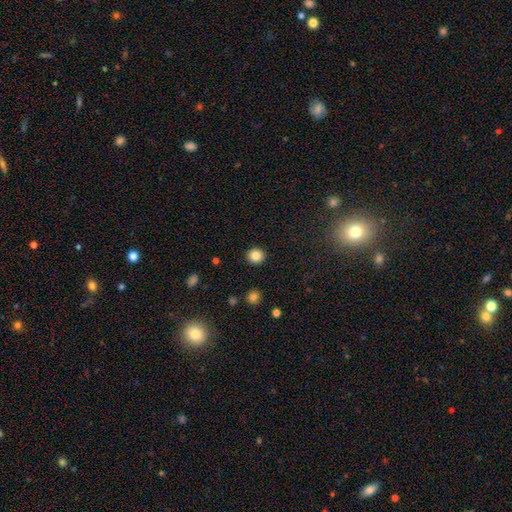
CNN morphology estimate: A smooth galaxy with no disk features (84%) that is round (90%). Merging: none (92%).